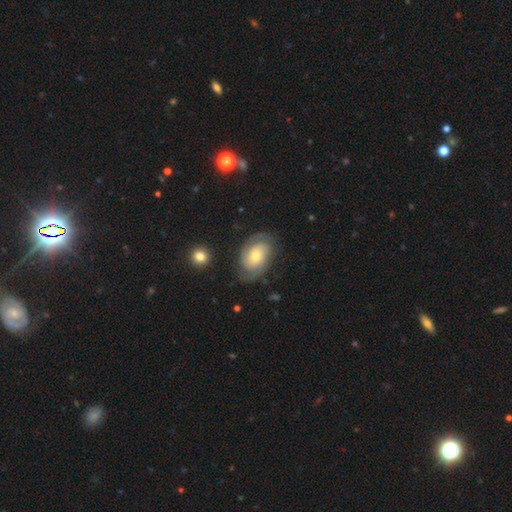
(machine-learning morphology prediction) Smooth or featured: featured or disk — 68% (smooth — 25%)
Edge-on disk: no — 96% (yes — 4%)
Bar: no — 73% (weak — 23%)
Spiral arms: yes — 89% (no — 11%)
Spiral winding: tight — 53% (medium — 34%)
Spiral arm count: 2 — 70% (can't tell — 18%)
Bulge size: moderate — 55% (small — 38%)
Merging: none — 74% (minor disturbance — 18%)